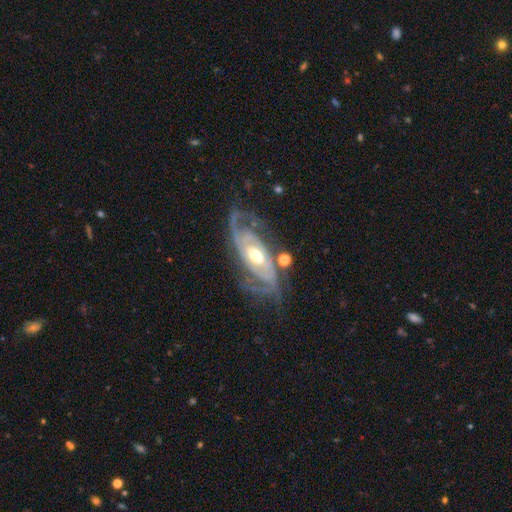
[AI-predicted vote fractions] This is clearly a featured or disk galaxy (90%). It is clearly not viewed edge-on (93%). Bar: possibly no (53%). Spiral arm pattern: clearly yes (96%). Spiral arm count: possibly 2 (53%). Spiral winding: possibly tight (54%). Central bulge: likely moderate (73%). Merging: likely none (66%).